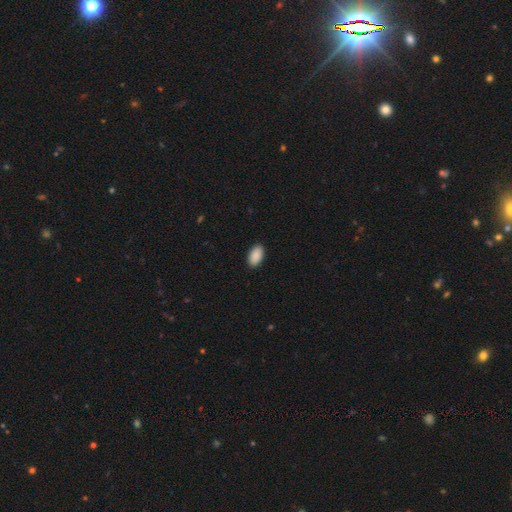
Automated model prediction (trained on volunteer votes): This is clearly a smooth galaxy (91%). How rounded: clearly in between (95%). Merging: clearly none (90%).